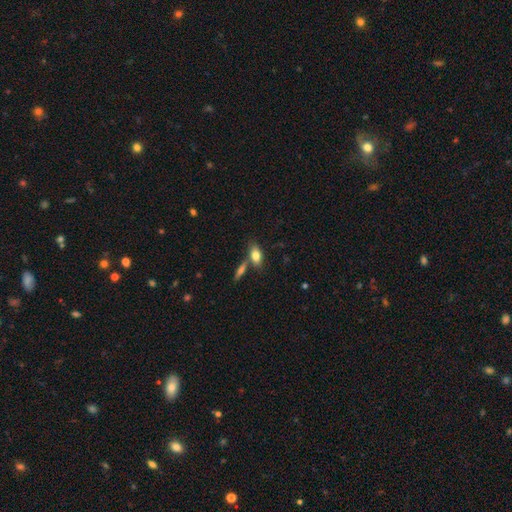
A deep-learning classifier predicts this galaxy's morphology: smooth-or-featured: smooth: 78% | featured or disk: 15% | star or artifact: 8%
  how-rounded: in between: 84% | cigar-shaped: 10% | round: 6%
  merging: none: 59% | merger: 25% | minor disturbance: 12% | major disturbance: 4%